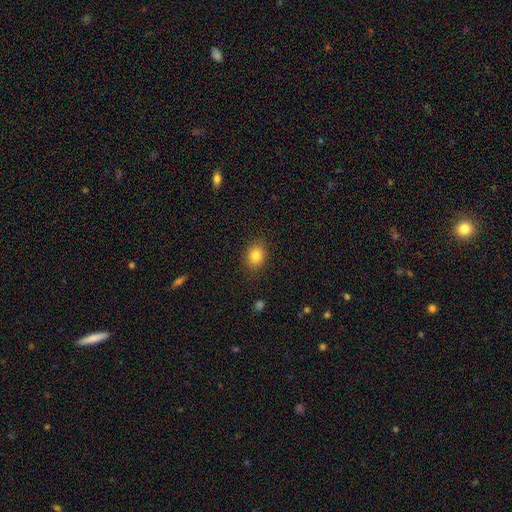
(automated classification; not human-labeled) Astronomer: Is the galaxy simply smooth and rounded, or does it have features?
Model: smooth — 83%.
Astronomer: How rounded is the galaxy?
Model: in between — 56% (runner-up: round, 43%).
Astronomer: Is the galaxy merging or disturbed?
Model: none — 86%.